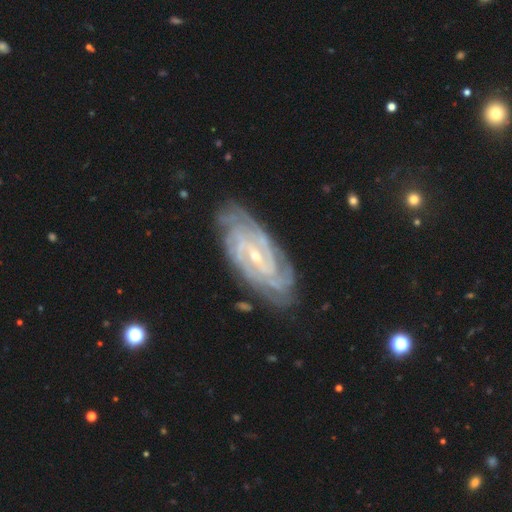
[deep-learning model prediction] Q: Smooth or featured?
A: featured or disk (91%); runner-up: star or artifact (5%)
Q: Edge-on disk?
A: no (95%); runner-up: yes (5%)
Q: Bar?
A: weak (42%); runner-up: no (31%)
Q: Spiral arms?
A: yes (98%); runner-up: no (2%)
Q: Spiral winding?
A: tight (78%); runner-up: medium (19%)
Q: Spiral arm count?
A: 4 (28%); runner-up: can't tell (20%)
Q: Bulge size?
A: small (73%); runner-up: moderate (24%)
Q: Merging?
A: none (82%); runner-up: minor disturbance (14%)